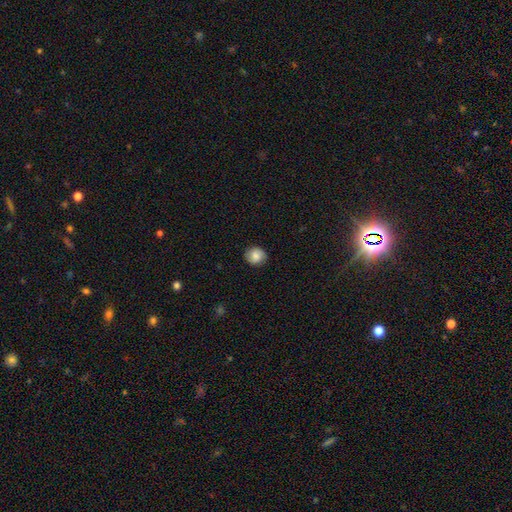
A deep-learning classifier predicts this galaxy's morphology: smooth 77%, featured or disk 14%, star or artifact 9%. Down the decision tree: how rounded — round (82%); merging — none (86%).